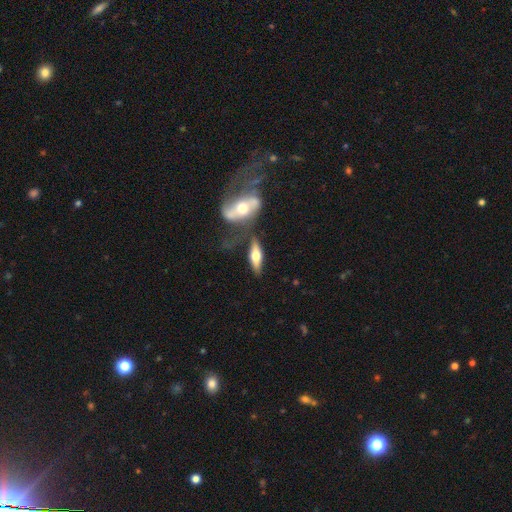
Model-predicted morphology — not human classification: The model was most divided on "smooth or featured": featured or disk: 50%, smooth: 44%, star or artifact: 6%. More confident: edge-on disk — yes (78%); merging — none (57%).